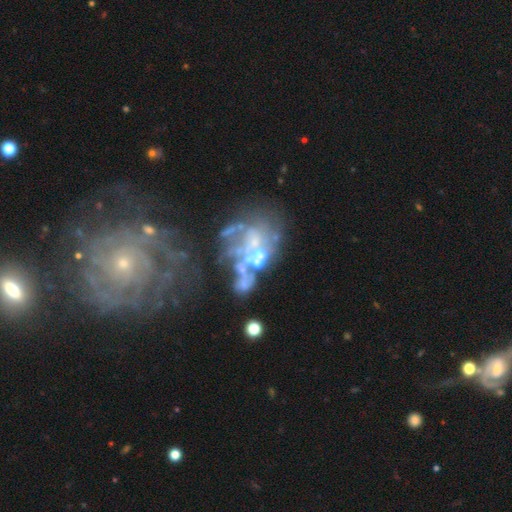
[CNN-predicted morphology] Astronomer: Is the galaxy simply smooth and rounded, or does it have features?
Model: featured or disk — 69%.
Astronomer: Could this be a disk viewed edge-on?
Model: no — 98%.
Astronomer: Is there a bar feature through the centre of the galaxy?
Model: no — 91%.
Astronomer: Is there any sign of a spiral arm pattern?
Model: no — 90%.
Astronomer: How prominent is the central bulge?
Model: none — 63%.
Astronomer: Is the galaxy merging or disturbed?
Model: major disturbance — 35% (runner-up: merger, 31%).